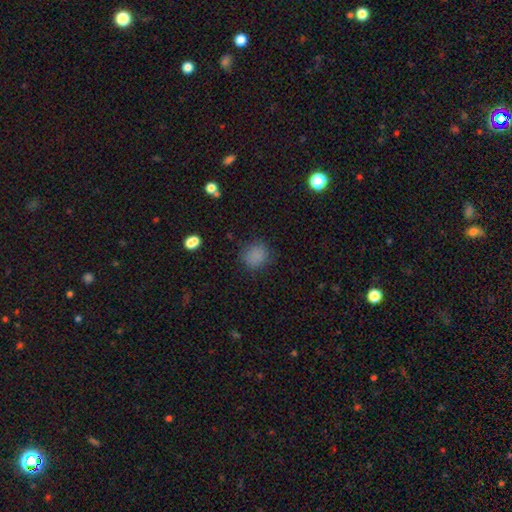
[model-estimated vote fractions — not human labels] smooth_or_featured: smooth (p=0.82) [alt: star or artifact p=0.13]
how_rounded: round (p=0.81) [alt: in between p=0.18]
merging: none (p=0.81) [alt: minor disturbance p=0.13]